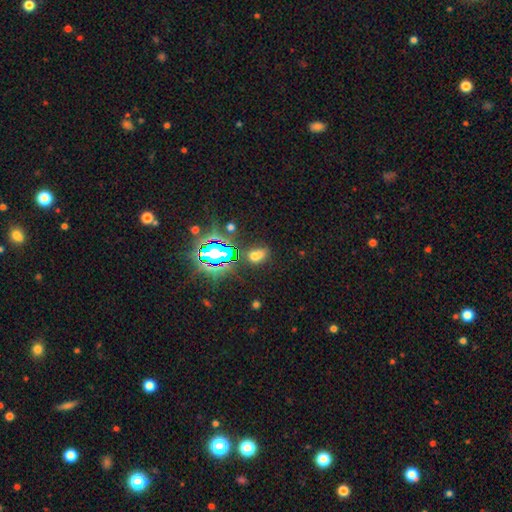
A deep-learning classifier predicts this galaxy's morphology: Overall: smooth (55%; star or artifact 37%). How rounded: in between (80%). Merging: none (72%).